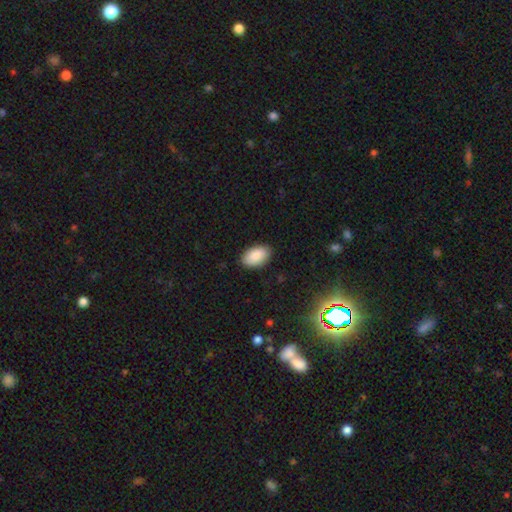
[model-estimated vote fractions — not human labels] The model was most divided on "merging": none: 88%, minor disturbance: 9%, major disturbance: 2%, merger: 1%. More confident: how rounded — in between (95%); smooth or featured — smooth (89%).